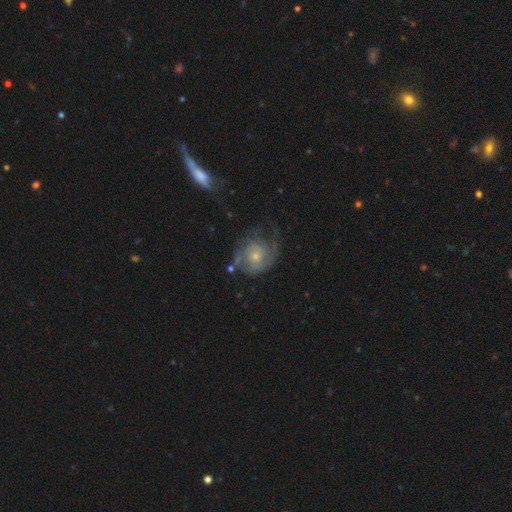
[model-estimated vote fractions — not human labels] This appears to be a featured or disk galaxy (65%) with no bar (80%), spiral arms (77%) and a small central bulge (58%). Merging: none (43%).